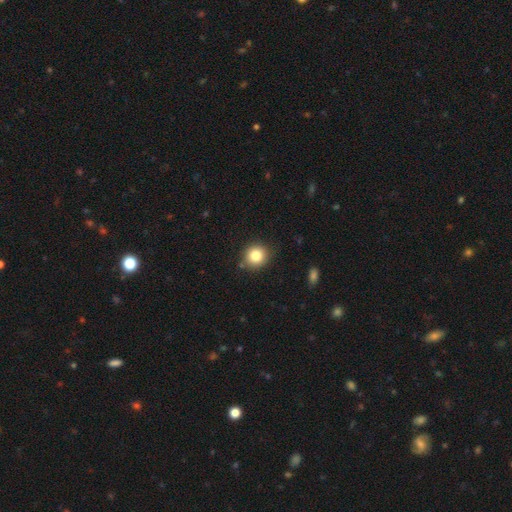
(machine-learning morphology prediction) Overall: smooth (83%). How rounded: round (88%). Merging: none (84%).